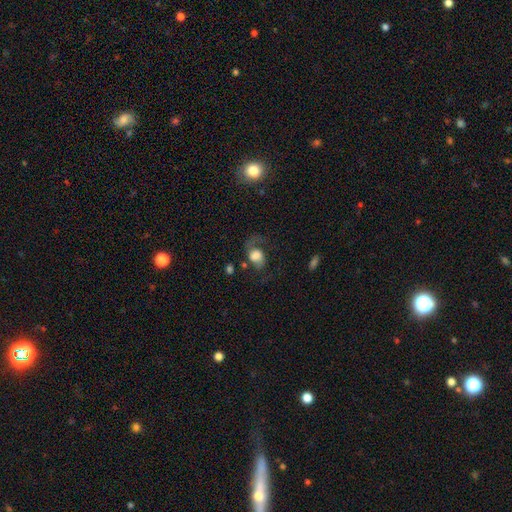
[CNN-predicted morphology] This is possibly a featured or disk galaxy (47%). Merging: marginally none (37%, tied with major disturbance).